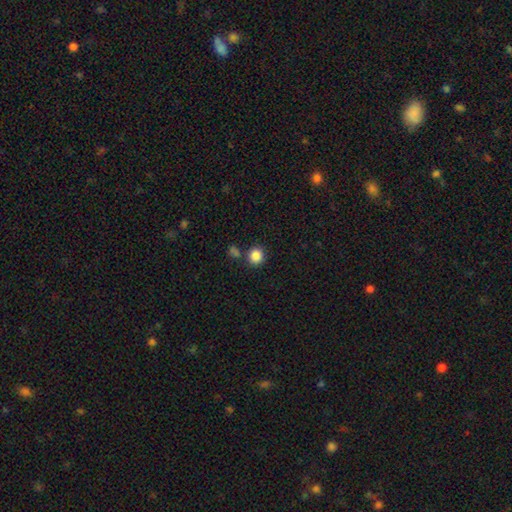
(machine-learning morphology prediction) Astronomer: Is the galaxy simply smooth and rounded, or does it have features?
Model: smooth — 86%.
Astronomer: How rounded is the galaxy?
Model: round — 90%.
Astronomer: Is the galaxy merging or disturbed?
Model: none — 78%.